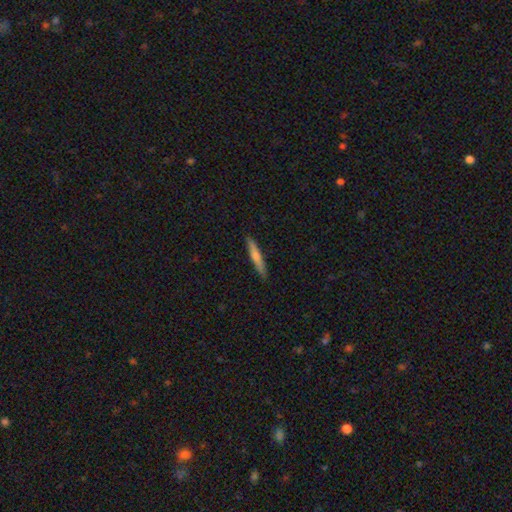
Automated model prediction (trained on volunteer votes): Morphology: type=smooth (48%); merging=none (90%).